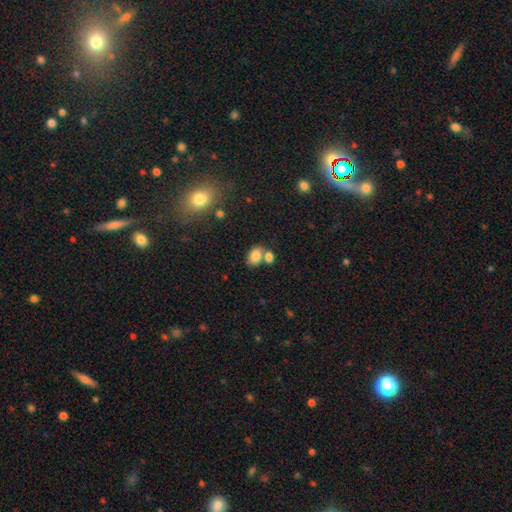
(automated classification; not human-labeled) Overall: smooth (82%). How rounded: in between (83%). Merging: none (47%; merger 37%).